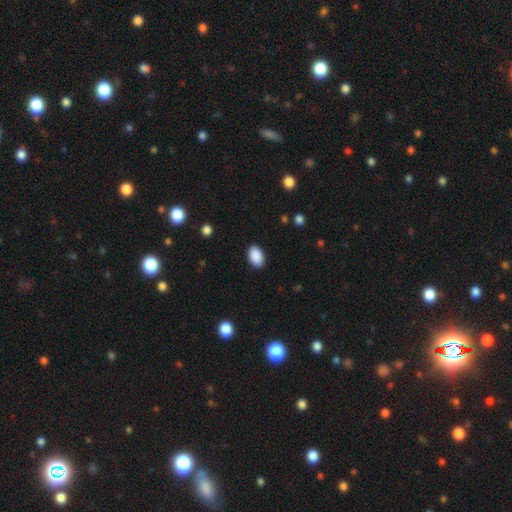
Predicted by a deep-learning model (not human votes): Smooth or featured? smooth (91%)
How rounded? in between (91%)
Merging? none (88%)